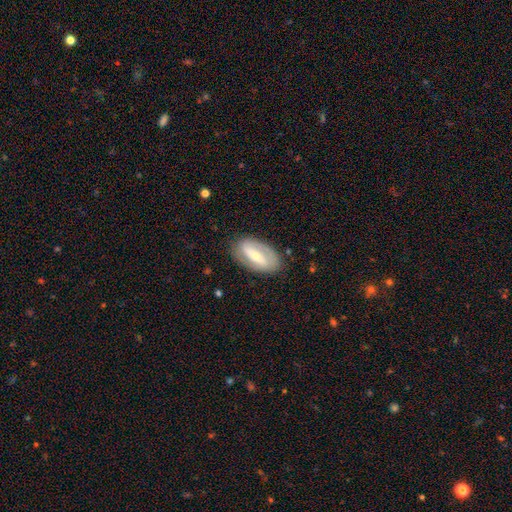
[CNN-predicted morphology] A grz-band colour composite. It shows a featured or disk galaxy (61%) with a strong bar (58%), spiral arms (51%) and a small central bulge (52%). Merging: none (79%).